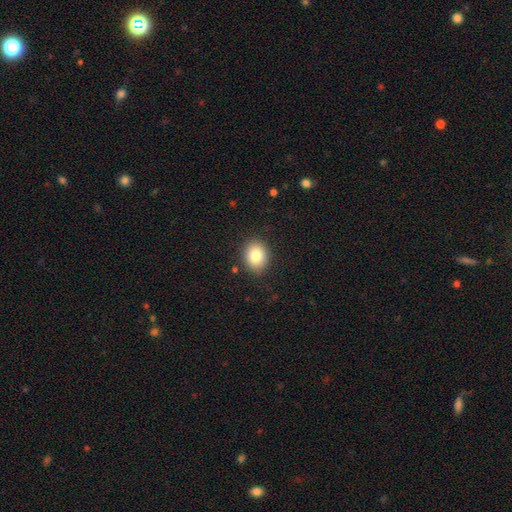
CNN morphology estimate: smooth_or_featured: smooth (p=0.82) [alt: star or artifact p=0.09]
how_rounded: round (p=0.58) [alt: in between p=0.42]
merging: none (p=0.87) [alt: minor disturbance p=0.09]